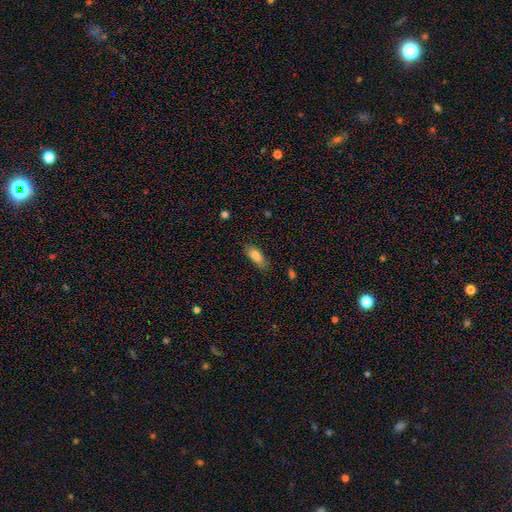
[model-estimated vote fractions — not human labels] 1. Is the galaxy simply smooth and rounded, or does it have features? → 84% smooth, 8% featured or disk, 8% star or artifact.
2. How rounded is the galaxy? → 80% in between, 18% cigar-shaped, 3% round.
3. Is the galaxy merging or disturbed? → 74% none, 20% minor disturbance, 5% major disturbance, 2% merger.